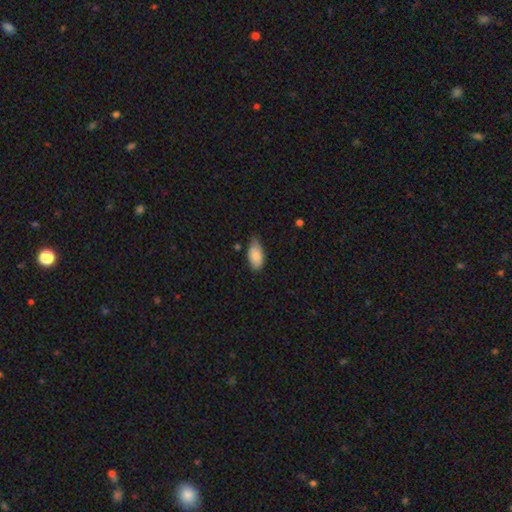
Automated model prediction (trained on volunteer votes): Smooth or featured? smooth (84%)
How rounded? in between (93%)
Merging? none (57%)